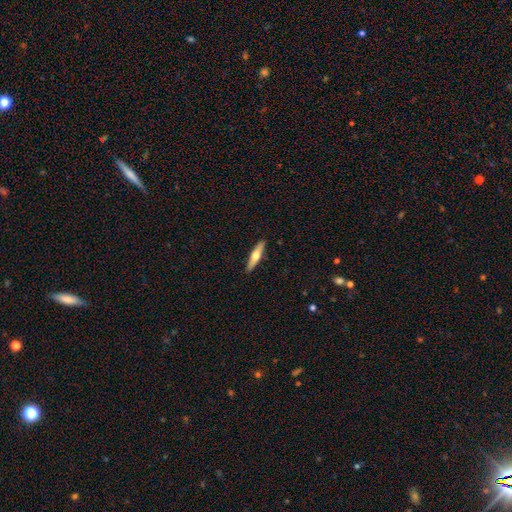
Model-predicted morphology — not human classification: A featured or disk galaxy (47%, tied with smooth).

Vote fractions:
- Smooth or featured? featured or disk: 47% (tied) / smooth: 47% (tied) / star or artifact: 5%
- Merging? none: 91% / minor disturbance: 7% / major disturbance: 1% / merger: 1%